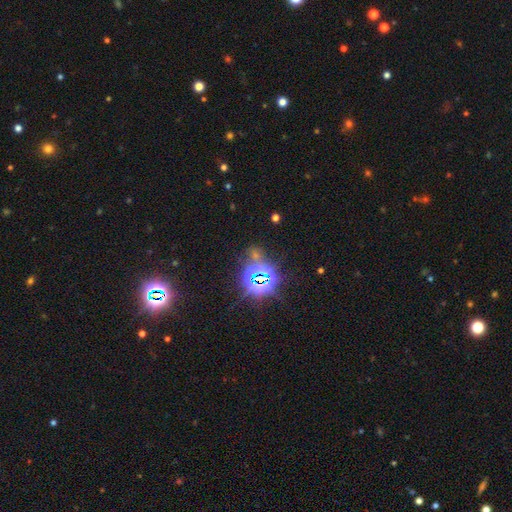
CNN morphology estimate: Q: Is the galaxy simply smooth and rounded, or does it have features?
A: star or artifact — 80%.